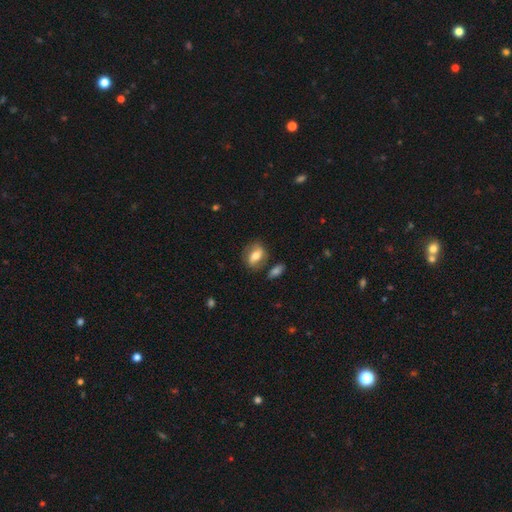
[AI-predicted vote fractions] Q: Smooth or featured?
A: smooth (63%); runner-up: featured or disk (30%)
Q: How rounded?
A: in between (71%); runner-up: round (25%)
Q: Merging?
A: none (71%); runner-up: minor disturbance (16%)